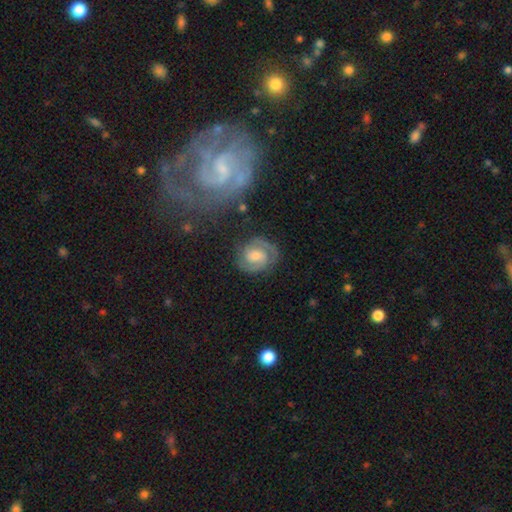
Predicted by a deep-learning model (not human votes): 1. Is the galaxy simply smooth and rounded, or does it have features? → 82% featured or disk, 12% smooth, 6% star or artifact.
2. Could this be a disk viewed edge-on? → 98% no, 2% yes.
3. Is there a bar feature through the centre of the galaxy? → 49% weak, 36% no, 14% strong.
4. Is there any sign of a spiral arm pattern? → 97% yes, 3% no.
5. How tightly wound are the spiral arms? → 50% tight, 42% medium, 8% loose.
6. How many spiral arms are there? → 87% 2, 5% can't tell, 3% 3, 2% 1, 1% 4, 1% more than 4.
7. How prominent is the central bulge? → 44% moderate, 27% small, 13% large, 13% none, 2% dominant.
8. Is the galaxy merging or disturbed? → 77% none, 14% minor disturbance, 5% major disturbance, 3% merger.